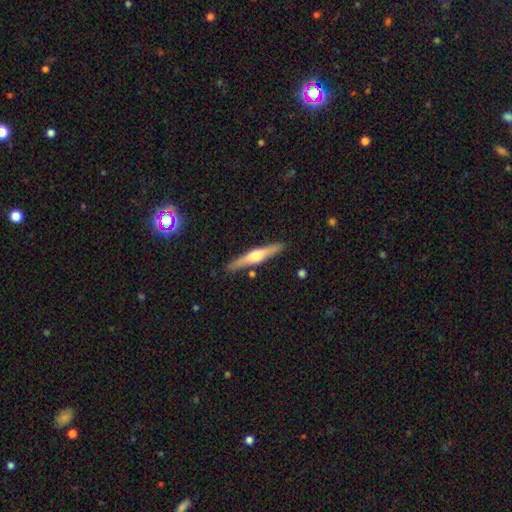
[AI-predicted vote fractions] Q: Smooth or featured?
A: featured or disk (62%); runner-up: smooth (33%)
Q: Edge-on disk?
A: yes (96%); runner-up: no (4%)
Q: Edge-on bulge?
A: rounded (91%); runner-up: none (5%)
Q: Merging?
A: none (87%); runner-up: minor disturbance (8%)